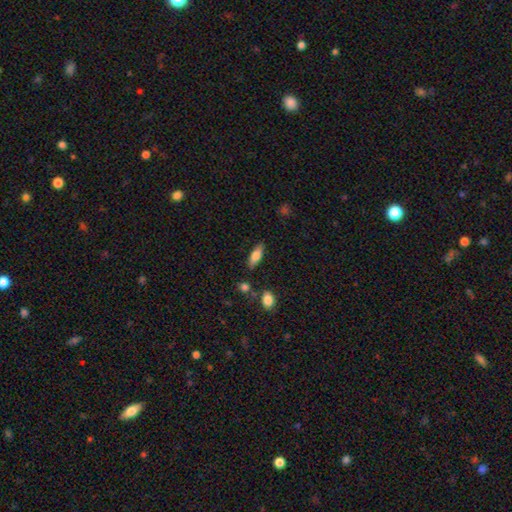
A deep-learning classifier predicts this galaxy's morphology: A smooth galaxy with no disk features (77%) that is in between round and cigar-shaped (69%).

Vote fractions:
- Smooth or featured? smooth: 77% / featured or disk: 16% / star or artifact: 7%
- How rounded? in between: 69% / cigar-shaped: 29% / round: 2%
- Merging? none: 82% / minor disturbance: 12% / merger: 3% / major disturbance: 3%